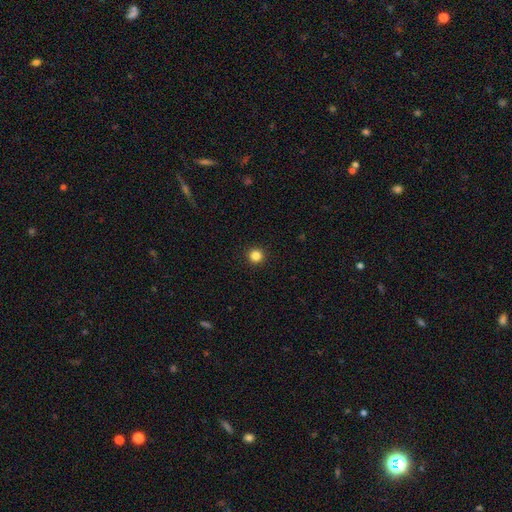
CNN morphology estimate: Smooth or featured? smooth (84%)
How rounded? round (95%)
Merging? none (94%)